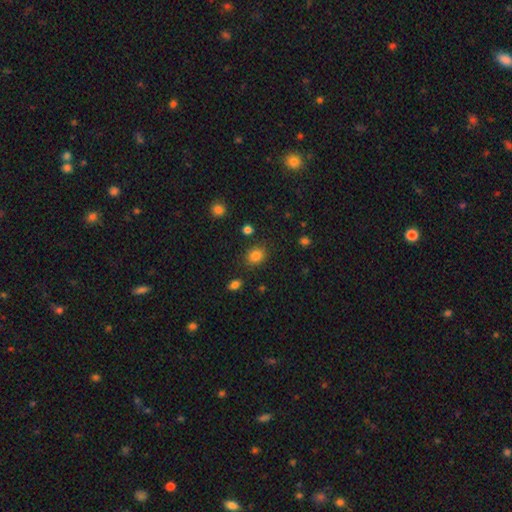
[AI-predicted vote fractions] Morphology: type=smooth (83%); roundness=round (61%); merging=none (84%).